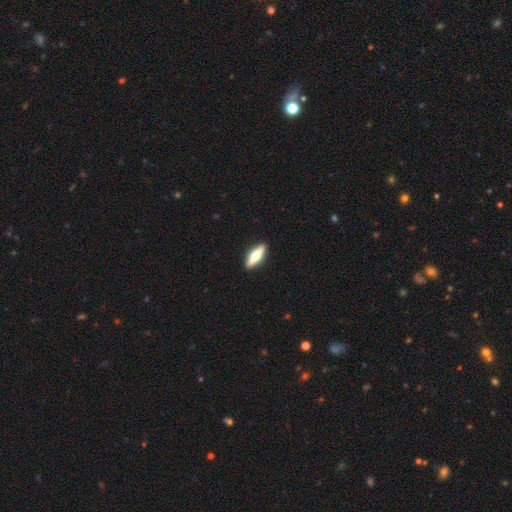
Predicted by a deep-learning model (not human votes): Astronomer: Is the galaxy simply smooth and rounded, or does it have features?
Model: featured or disk — 48% (runner-up: smooth, 47%).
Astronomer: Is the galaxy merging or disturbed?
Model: none — 91%.